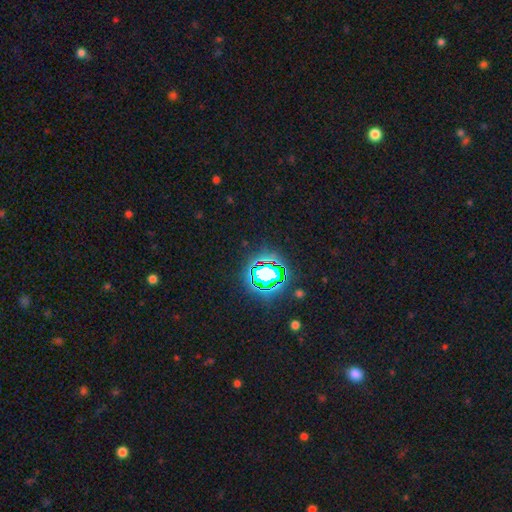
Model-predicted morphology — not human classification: Smooth or featured? star or artifact (83%)